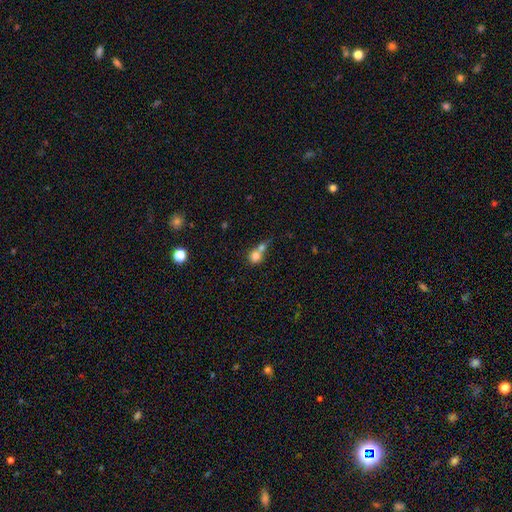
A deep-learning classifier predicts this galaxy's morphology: The model was most divided on "merging": merger: 60%, none: 29%, minor disturbance: 7%, major disturbance: 4%. More confident: how rounded — round (82%); smooth or featured — smooth (77%).